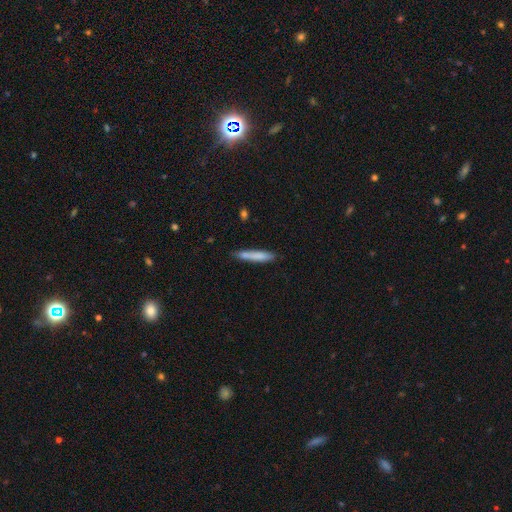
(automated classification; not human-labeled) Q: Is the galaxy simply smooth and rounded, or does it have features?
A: smooth — 79%.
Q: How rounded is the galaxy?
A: cigar-shaped — 92%.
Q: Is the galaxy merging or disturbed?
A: none — 77%.